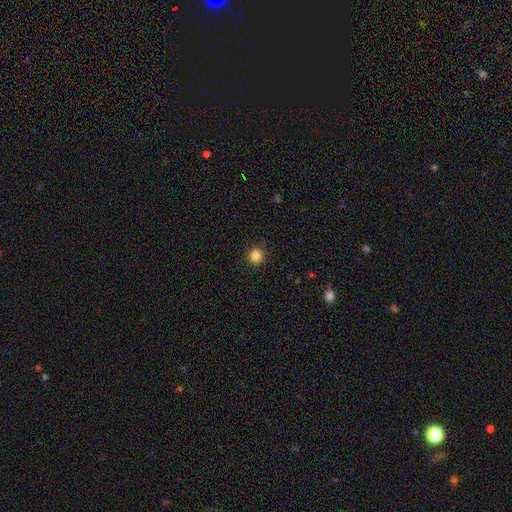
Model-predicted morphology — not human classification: Overall: smooth (84%). How rounded: round (94%). Merging: none (91%).